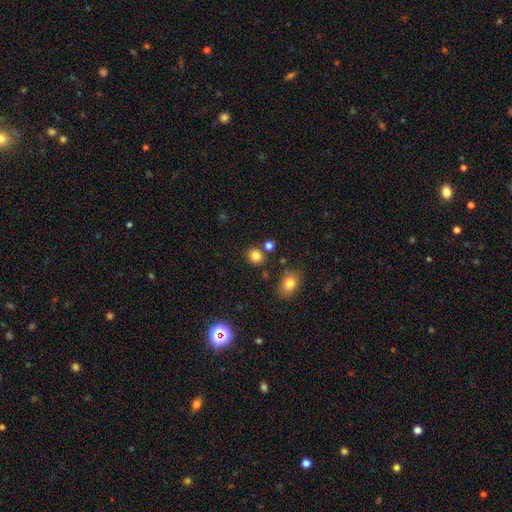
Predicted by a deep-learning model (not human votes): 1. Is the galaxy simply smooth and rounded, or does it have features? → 83% smooth, 12% star or artifact, 5% featured or disk.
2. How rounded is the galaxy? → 82% round, 17% in between, 1% cigar-shaped.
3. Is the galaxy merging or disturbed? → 81% none, 8% minor disturbance, 8% merger, 3% major disturbance.